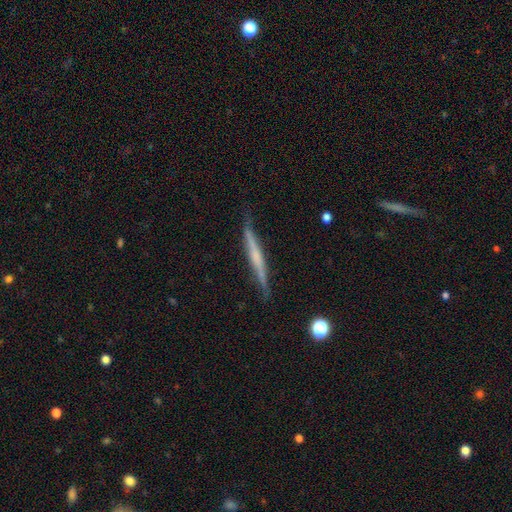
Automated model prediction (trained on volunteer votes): The model was most divided on "smooth or featured": featured or disk: 58%, smooth: 35%, star or artifact: 6%. More confident: edge-on disk — yes (95%); merging — none (80%); edge-on bulge — none (58%).